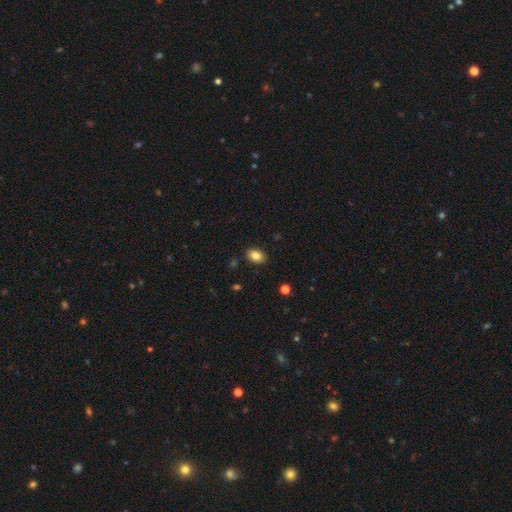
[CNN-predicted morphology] A smooth galaxy with no disk features (85%) that is in between round and cigar-shaped (80%).

Vote fractions:
- Smooth or featured? smooth: 85% / star or artifact: 9% / featured or disk: 6%
- How rounded? in between: 80% / round: 19% / cigar-shaped: 1%
- Merging? none: 87% / minor disturbance: 9% / major disturbance: 2% / merger: 1%